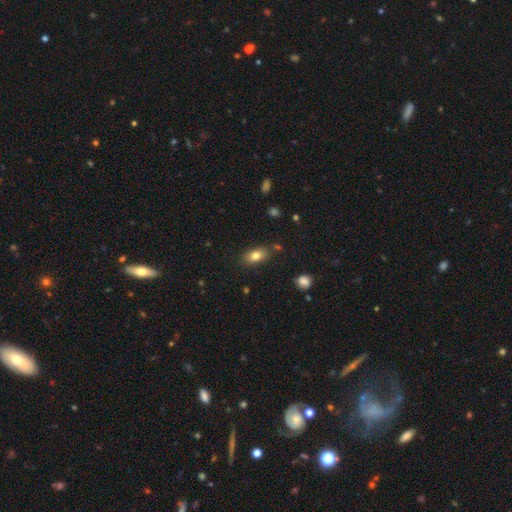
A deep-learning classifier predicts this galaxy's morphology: This is likely a smooth galaxy (79%). How rounded: clearly in between (87%). Merging: clearly none (81%).